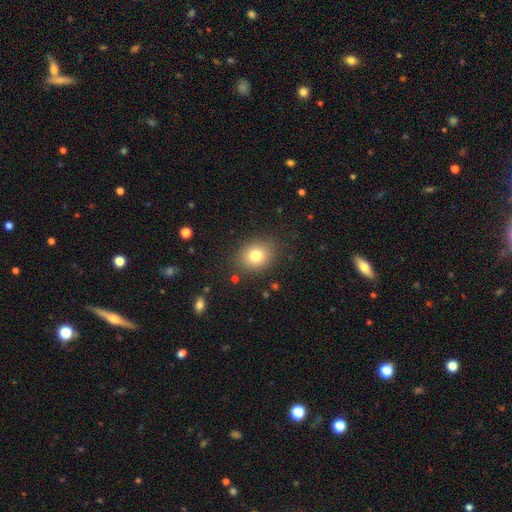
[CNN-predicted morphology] smooth-or-featured: smooth: 78% | star or artifact: 12% | featured or disk: 10%
  how-rounded: round: 59% | in between: 40% | cigar-shaped: 1%
  merging: none: 85% | minor disturbance: 10% | major disturbance: 3% | merger: 2%